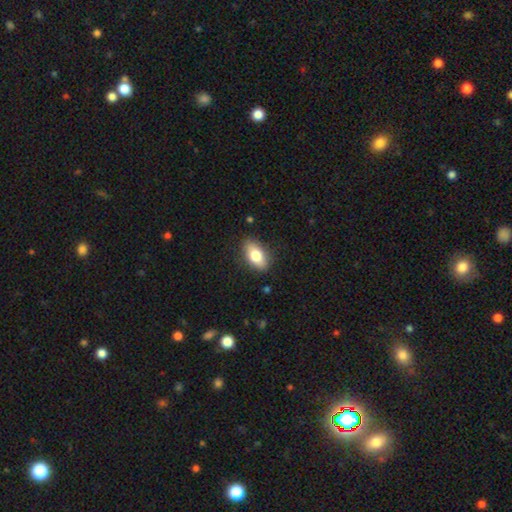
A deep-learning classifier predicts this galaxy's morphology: Smooth or featured? Predicted: smooth (p=0.75). How rounded? Predicted: in between (p=0.88). Merging? Predicted: none (p=0.85).